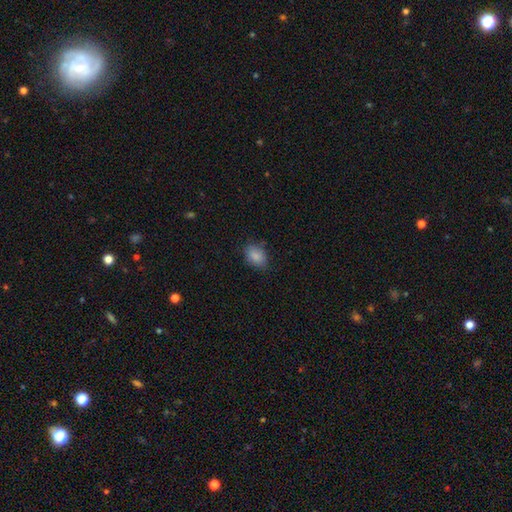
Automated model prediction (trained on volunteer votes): Overall: smooth (87%). How rounded: in between (77%). Merging: none (76%).